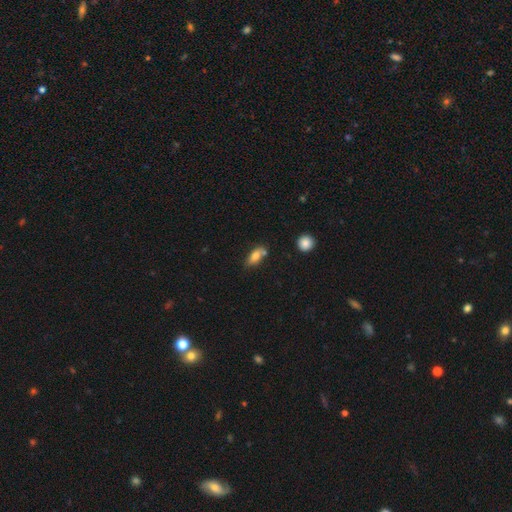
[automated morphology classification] Overall: smooth (76%). How rounded: in between (79%). Merging: none (57%; minor disturbance 21%).